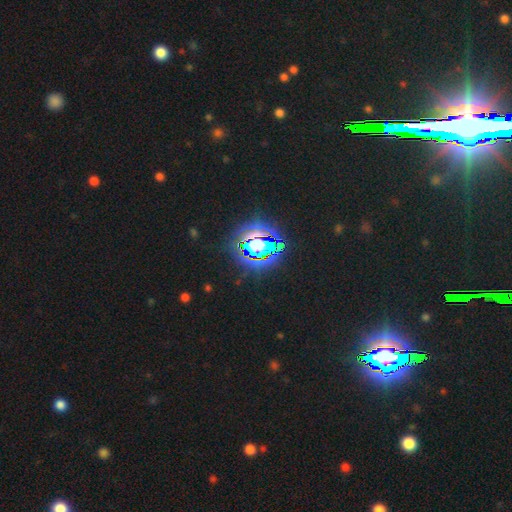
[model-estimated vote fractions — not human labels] A star or artifact, not a galaxy (66%).

Vote fractions:
- Smooth or featured? star or artifact: 66% / smooth: 20% / featured or disk: 14%